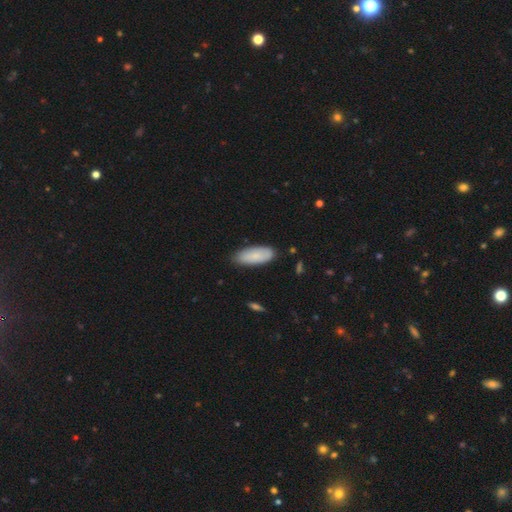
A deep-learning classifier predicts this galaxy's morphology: Smooth or featured? smooth (80%)
How rounded? in between (83%)
Merging? none (78%)